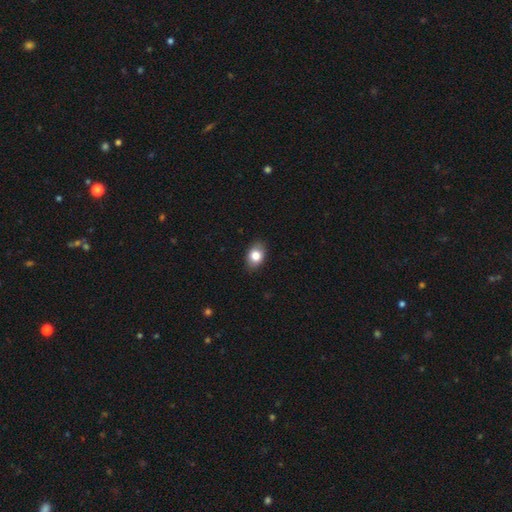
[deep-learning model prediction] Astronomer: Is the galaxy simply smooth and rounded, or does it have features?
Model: smooth — 81%.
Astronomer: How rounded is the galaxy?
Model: in between — 76%.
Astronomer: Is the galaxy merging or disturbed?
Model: none — 86%.